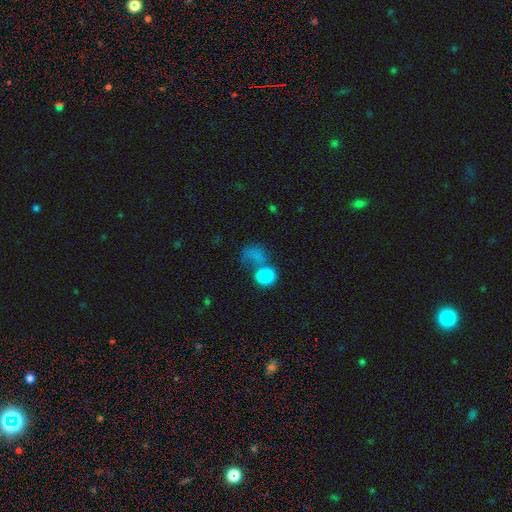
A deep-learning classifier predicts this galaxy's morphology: Q: Smooth or featured?
A: smooth (69%); runner-up: featured or disk (17%)
Q: How rounded?
A: in between (53%); runner-up: round (46%)
Q: Merging?
A: merger (38%); runner-up: major disturbance (35%)